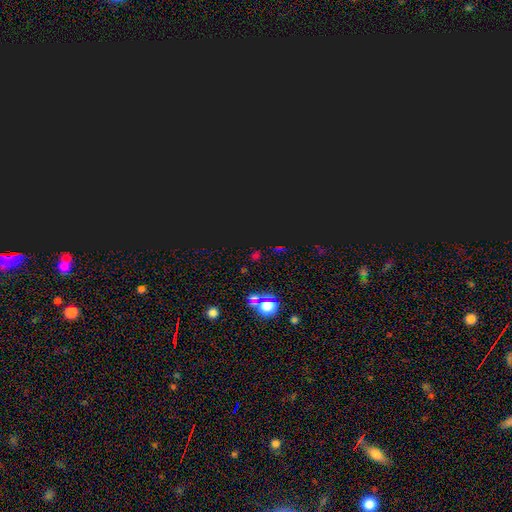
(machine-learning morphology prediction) Smooth or featured?
  - star or artifact: 69% *
  - smooth: 24%
  - featured or disk: 7%